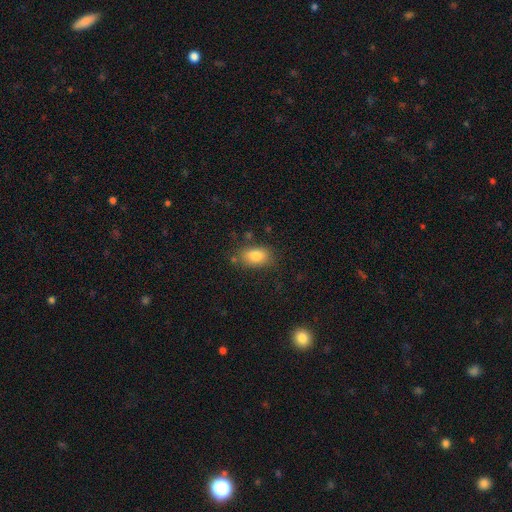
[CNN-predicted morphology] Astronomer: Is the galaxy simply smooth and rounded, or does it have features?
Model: smooth — 82%.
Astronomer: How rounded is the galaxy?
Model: in between — 86%.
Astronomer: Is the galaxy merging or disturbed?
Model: none — 76%.